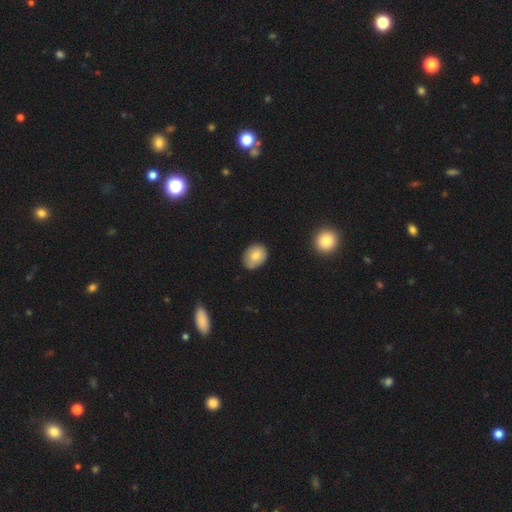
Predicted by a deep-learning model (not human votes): A smooth galaxy with no disk features (77%) that is in between round and cigar-shaped (55%). Merging: none (68%).